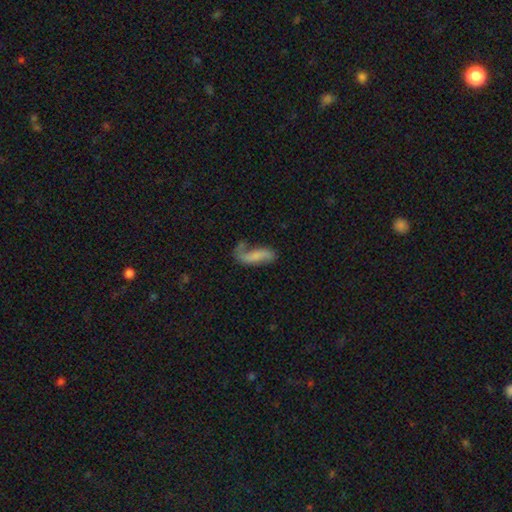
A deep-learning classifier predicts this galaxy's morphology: smooth 47%, featured or disk 45%, star or artifact 8%. Down the decision tree: merging — none (41%).